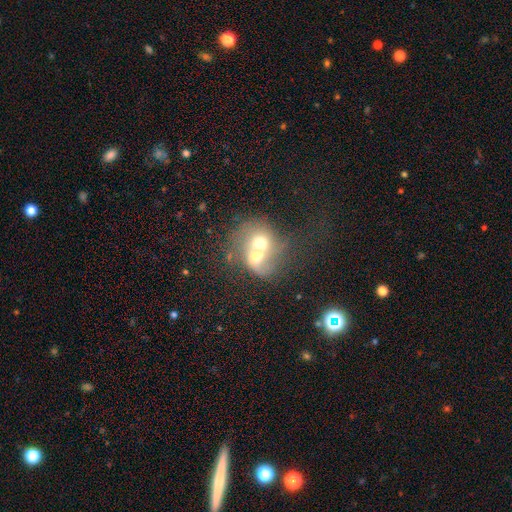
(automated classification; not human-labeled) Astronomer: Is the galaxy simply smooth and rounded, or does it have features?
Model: smooth — 48% (runner-up: featured or disk, 42%).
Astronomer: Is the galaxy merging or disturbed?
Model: merger — 80%.